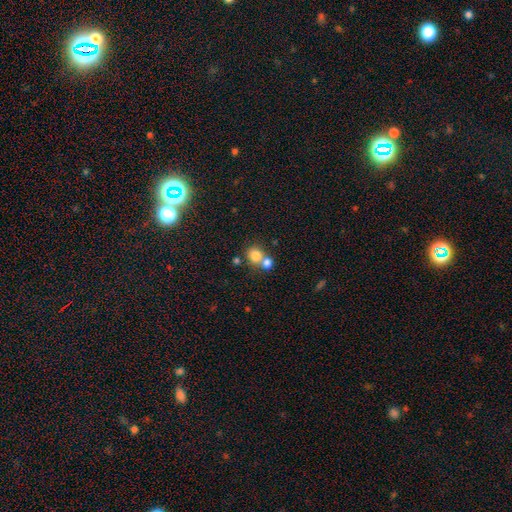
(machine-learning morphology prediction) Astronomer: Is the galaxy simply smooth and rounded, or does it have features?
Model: smooth — 79%.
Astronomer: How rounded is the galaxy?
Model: round — 83%.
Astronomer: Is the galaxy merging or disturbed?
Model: merger — 48% (runner-up: none, 42%).